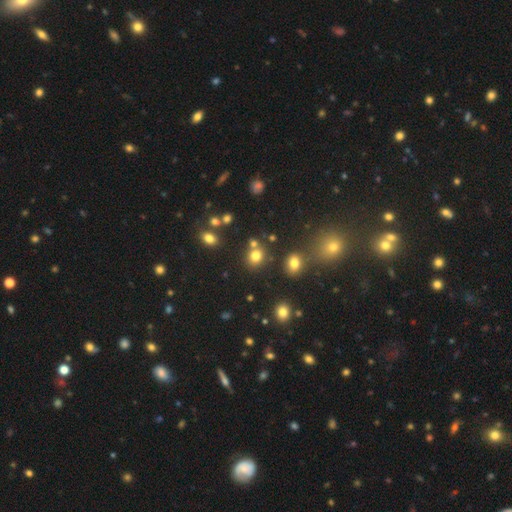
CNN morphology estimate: The model was most divided on "how rounded": round: 73%, in between: 26%, cigar-shaped: 1%. More confident: smooth or featured — smooth (77%); merging — none (69%).